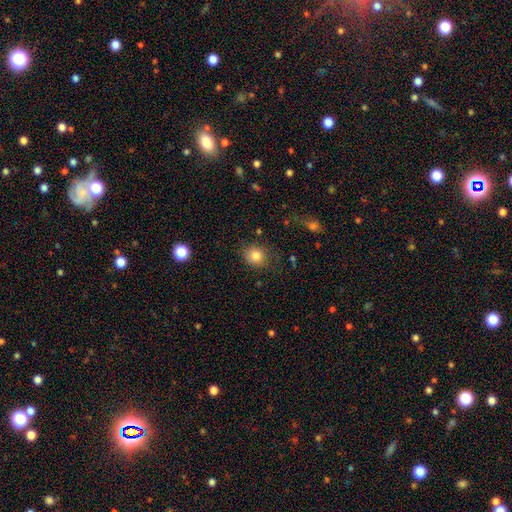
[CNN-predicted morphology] Smooth or featured: smooth — 82% (star or artifact — 11%)
How rounded: round — 80% (in between — 19%)
Merging: none — 79% (minor disturbance — 14%)